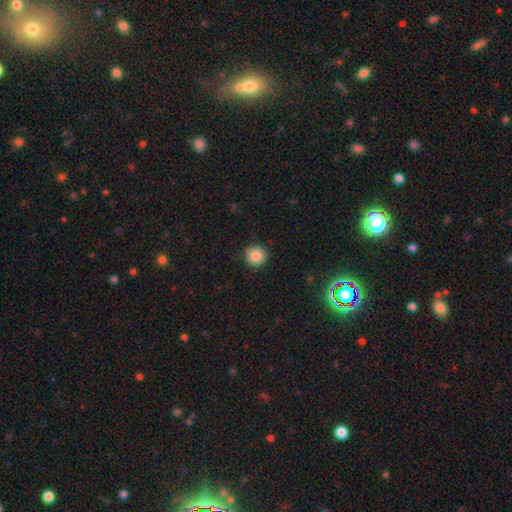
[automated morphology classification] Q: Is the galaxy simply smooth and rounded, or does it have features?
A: smooth — 86%.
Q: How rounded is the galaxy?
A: round — 94%.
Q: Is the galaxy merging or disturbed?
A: none — 90%.